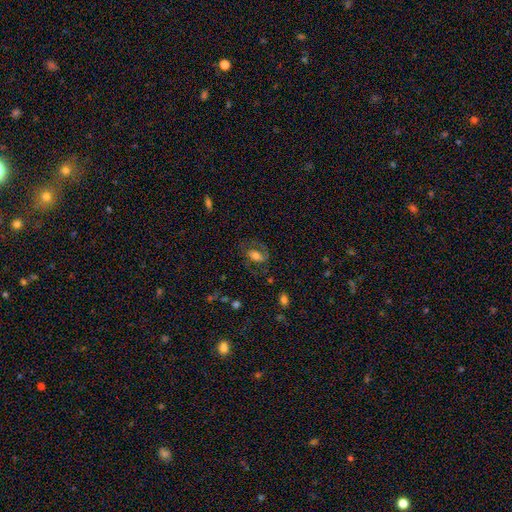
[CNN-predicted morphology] This appears to be a smooth galaxy with no disk features (46%). Merging: none (60%).